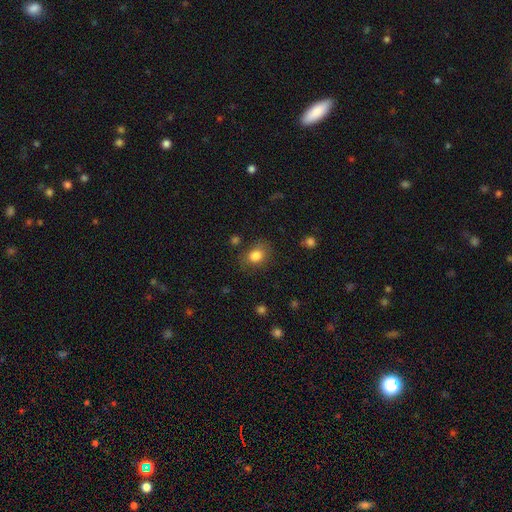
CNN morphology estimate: smooth-or-featured: smooth: 83% | star or artifact: 10% | featured or disk: 7%
  how-rounded: in between: 54% | round: 45% | cigar-shaped: 1%
  merging: none: 72% | minor disturbance: 19% | major disturbance: 7% | merger: 3%